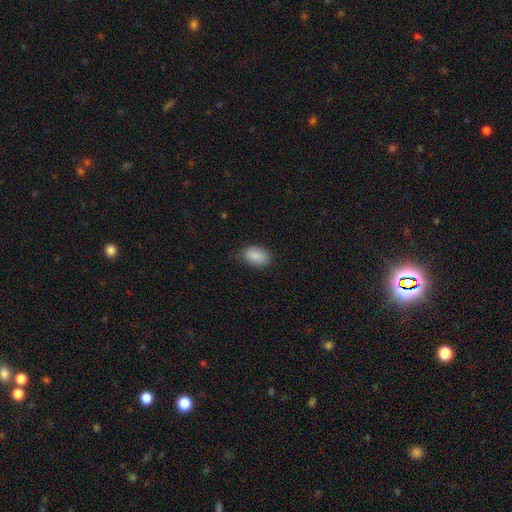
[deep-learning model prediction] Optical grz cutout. It shows a smooth galaxy with no disk features (87%) that is in between round and cigar-shaped (90%). Merging: none (74%).